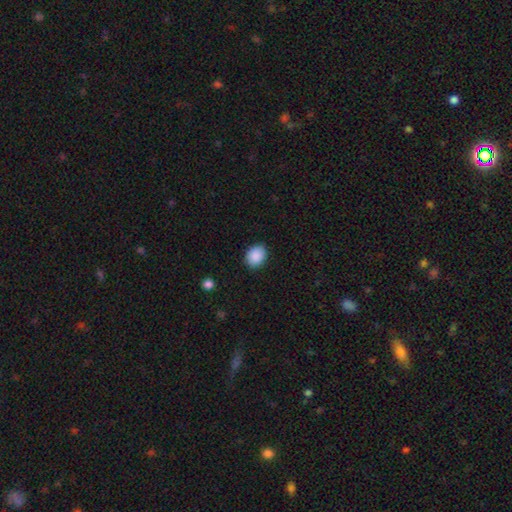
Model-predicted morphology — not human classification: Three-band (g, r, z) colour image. It shows a smooth galaxy with no disk features (89%) that is in between round and cigar-shaped (52%). Merging: none (86%).